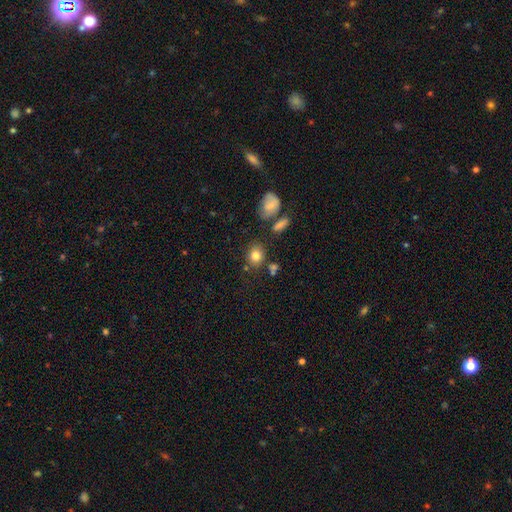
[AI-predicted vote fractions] This appears to be a smooth galaxy with no disk features (81%) that is round (61%). Merging: none (74%).